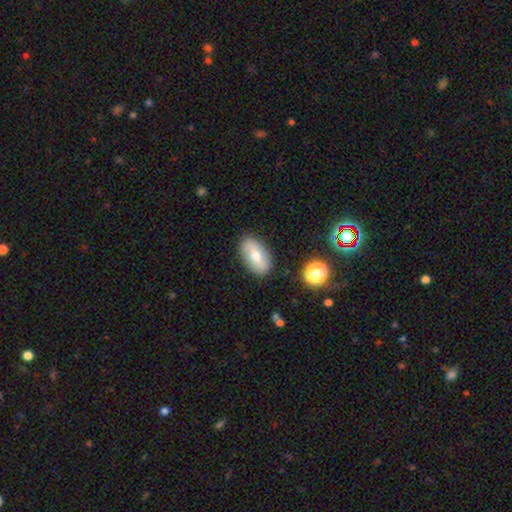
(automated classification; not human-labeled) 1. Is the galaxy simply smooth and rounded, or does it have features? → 62% smooth, 29% featured or disk, 9% star or artifact.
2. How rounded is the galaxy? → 90% in between, 6% round, 3% cigar-shaped.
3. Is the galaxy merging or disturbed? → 85% none, 11% minor disturbance, 3% major disturbance, 2% merger.